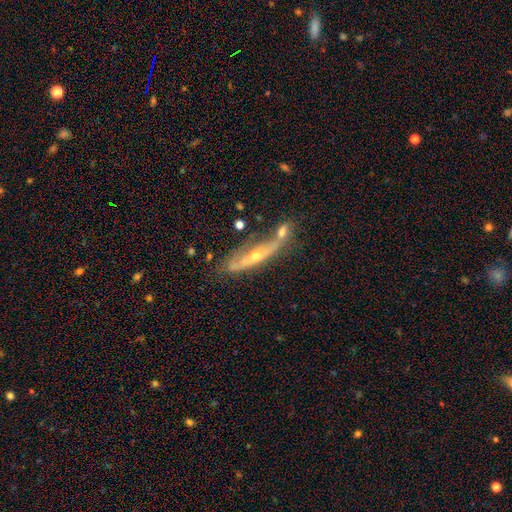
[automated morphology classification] Smooth or featured: featured or disk — 65% (smooth — 28%)
Edge-on disk: yes — 68% (no — 32%)
Merging: none — 41% (merger — 28%)